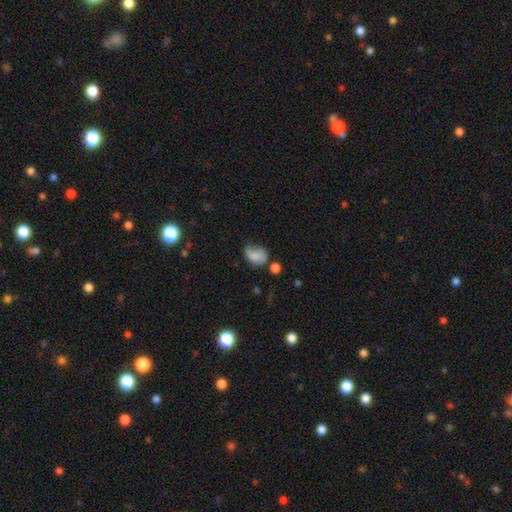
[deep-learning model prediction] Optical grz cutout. It shows a smooth galaxy with no disk features (66%) that is in between round and cigar-shaped (65%). Merging: none (36%).